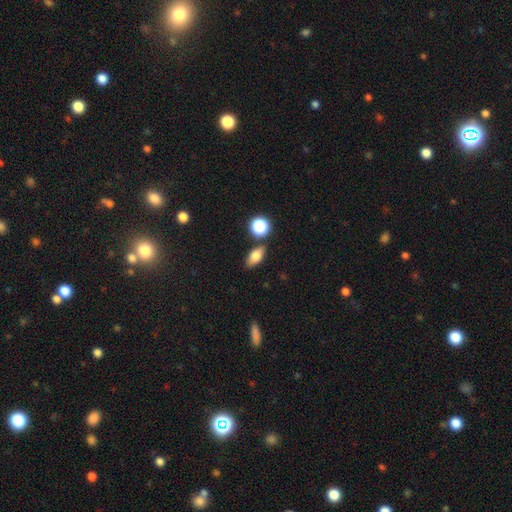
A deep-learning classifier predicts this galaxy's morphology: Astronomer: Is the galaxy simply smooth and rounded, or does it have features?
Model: smooth — 75%.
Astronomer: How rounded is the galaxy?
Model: in between — 78%.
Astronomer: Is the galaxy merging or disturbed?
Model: none — 80%.